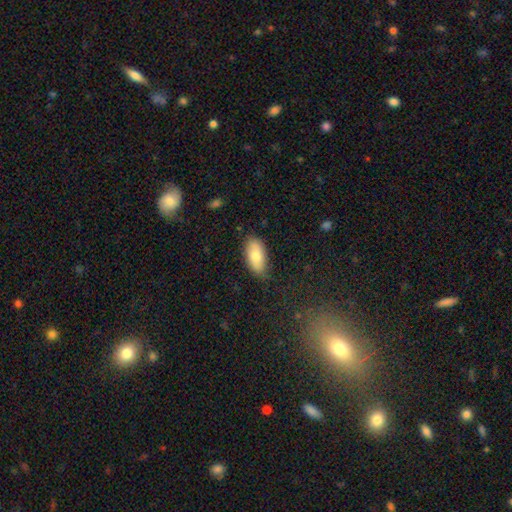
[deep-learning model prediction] smooth-or-featured: smooth: 78% | featured or disk: 16% | star or artifact: 7%
  how-rounded: in between: 91% | cigar-shaped: 6% | round: 3%
  merging: none: 79% | minor disturbance: 16% | major disturbance: 3% | merger: 1%